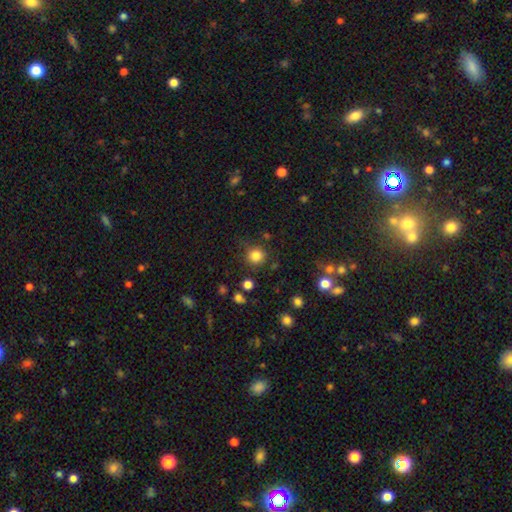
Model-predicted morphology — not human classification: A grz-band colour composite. It shows a smooth galaxy with no disk features (83%) that is round (93%). Merging: none (83%).